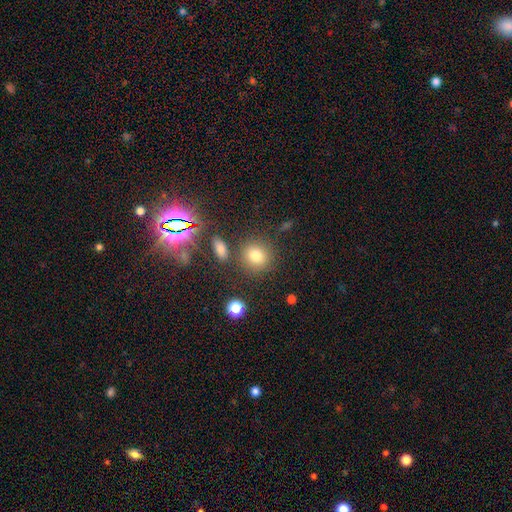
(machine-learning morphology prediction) smooth 74%, star or artifact 17%, featured or disk 9%. Down the decision tree: how rounded — round (81%); merging — none (79%).